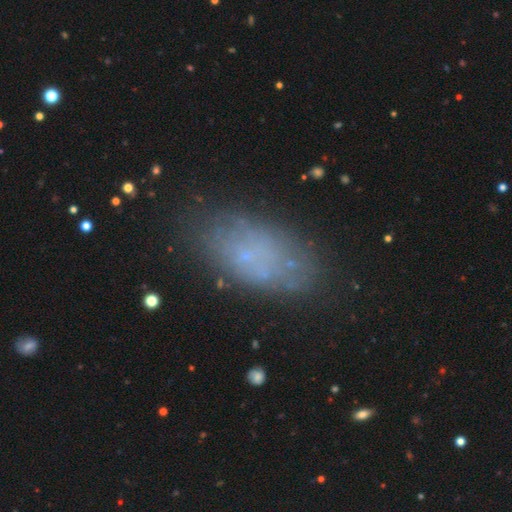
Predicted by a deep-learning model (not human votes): Smooth or featured?
  - smooth: 60% *
  - featured or disk: 26%
  - star or artifact: 15%
How rounded?
  - in between: 90% *
  - cigar-shaped: 5%
  - round: 5%
Merging?
  - none: 71% *
  - minor disturbance: 18%
  - major disturbance: 7%
  - merger: 4%